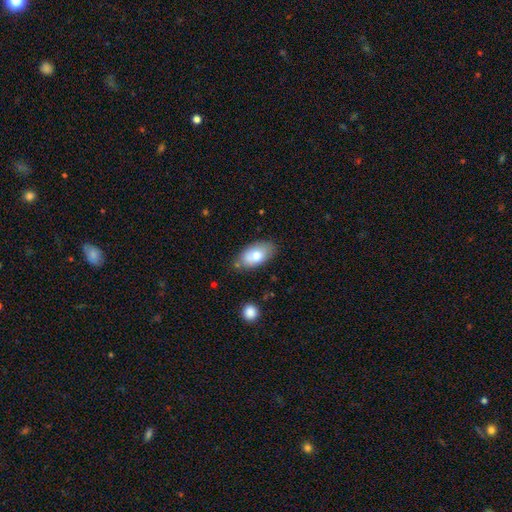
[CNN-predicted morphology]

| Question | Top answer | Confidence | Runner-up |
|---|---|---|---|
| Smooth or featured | smooth | 74% | featured or disk (19%) |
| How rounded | in between | 93% | round (5%) |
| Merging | none | 71% | minor disturbance (20%) |